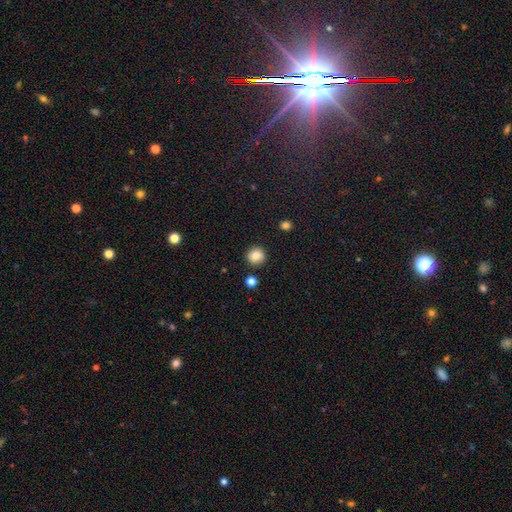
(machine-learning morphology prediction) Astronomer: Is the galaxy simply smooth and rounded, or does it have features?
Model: smooth — 86%.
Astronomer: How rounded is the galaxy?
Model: round — 91%.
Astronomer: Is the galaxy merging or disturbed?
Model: none — 88%.